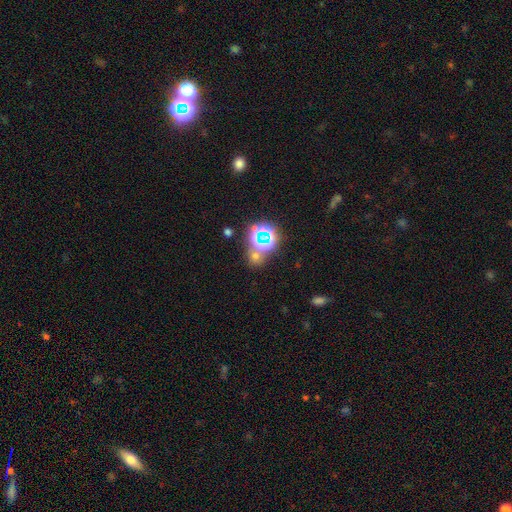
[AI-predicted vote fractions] A star or artifact, not a galaxy (53%).

Vote fractions:
- Smooth or featured? star or artifact: 53% / smooth: 38% / featured or disk: 9%